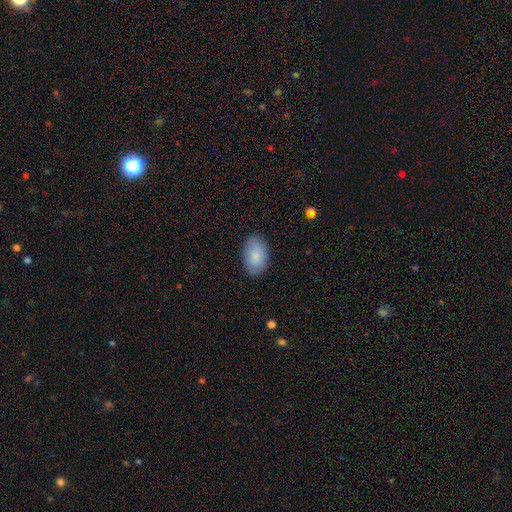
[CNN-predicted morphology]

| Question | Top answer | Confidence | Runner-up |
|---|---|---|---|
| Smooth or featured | smooth | 89% | star or artifact (6%) |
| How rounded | in between | 92% | round (7%) |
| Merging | none | 87% | minor disturbance (10%) |